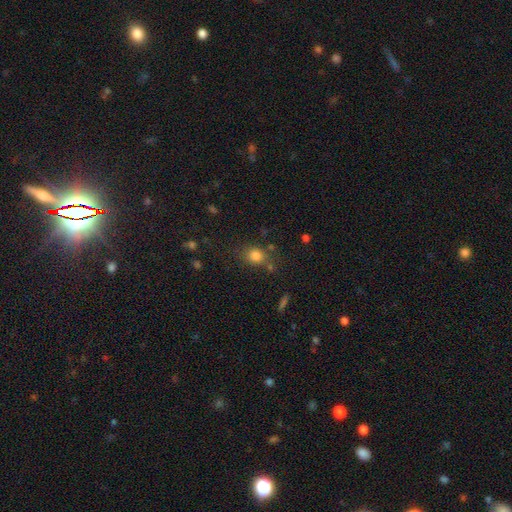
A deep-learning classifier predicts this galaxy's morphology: This appears to be a smooth galaxy with no disk features (80%) that is round (61%). Merging: none (70%).